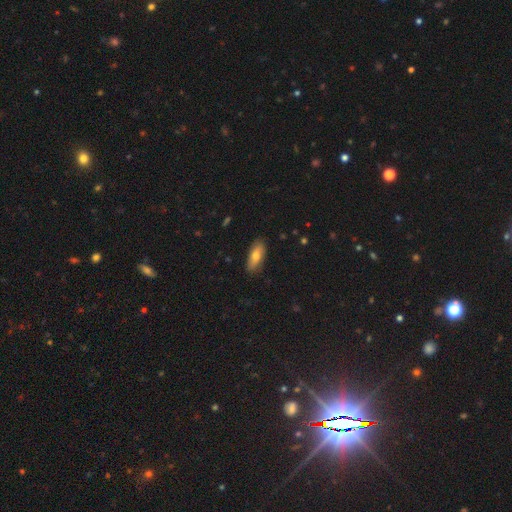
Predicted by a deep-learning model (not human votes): The model was most divided on "how rounded": in between: 74%, cigar-shaped: 23%, round: 2%. More confident: merging — none (84%); smooth or featured — smooth (73%).